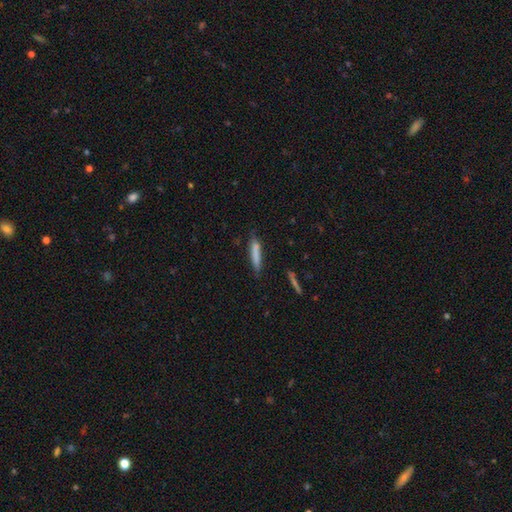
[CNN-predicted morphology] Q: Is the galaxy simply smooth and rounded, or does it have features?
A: smooth — 76%.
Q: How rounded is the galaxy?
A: cigar-shaped — 92%.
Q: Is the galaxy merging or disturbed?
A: none — 81%.